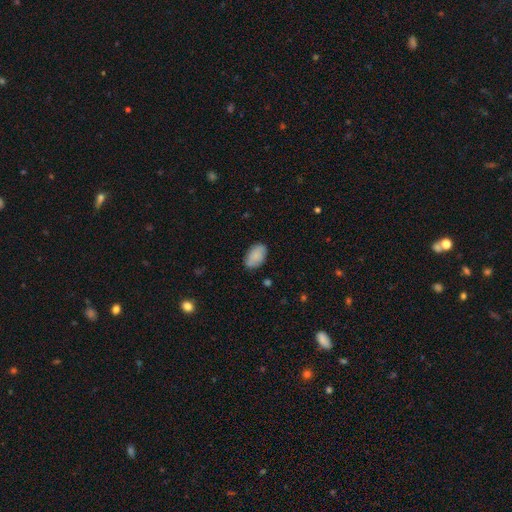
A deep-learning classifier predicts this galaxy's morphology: This is clearly a smooth galaxy (85%). How rounded: clearly in between (92%). Merging: clearly none (81%).